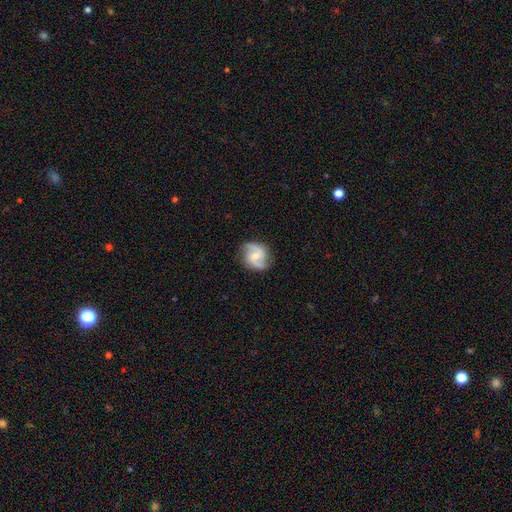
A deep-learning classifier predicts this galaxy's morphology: The model was most divided on "bar" (2-way tie): no: 45%, weak: 45%, strong: 10%. Remaining: edge-on disk — no (98%); spiral arms — yes (96%); spiral arm count — 2 (90%); merging — none (81%); smooth or featured — featured or disk (79%); spiral winding — medium (50%); bulge size — small (47%).